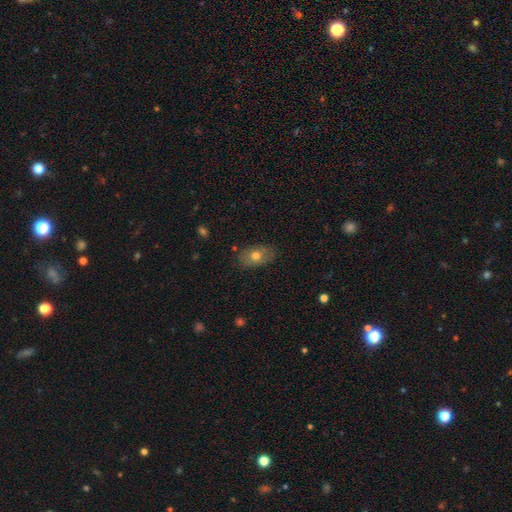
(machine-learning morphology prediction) A smooth galaxy with no disk features (69%) that is in between round and cigar-shaped (87%).

Vote fractions:
- Smooth or featured? smooth: 69% / featured or disk: 23% / star or artifact: 9%
- How rounded? in between: 87% / round: 11% / cigar-shaped: 2%
- Merging? none: 82% / minor disturbance: 14% / major disturbance: 3% / merger: 1%